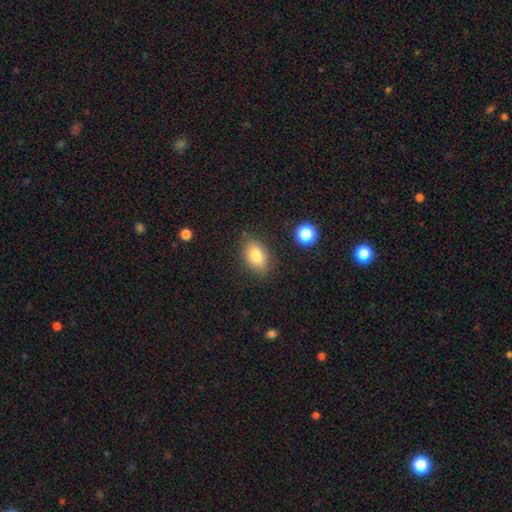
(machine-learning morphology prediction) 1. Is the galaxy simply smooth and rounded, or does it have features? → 79% smooth, 12% featured or disk, 9% star or artifact.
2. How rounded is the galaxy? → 88% in between, 9% round, 3% cigar-shaped.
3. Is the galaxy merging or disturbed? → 81% none, 14% minor disturbance, 3% major disturbance, 2% merger.